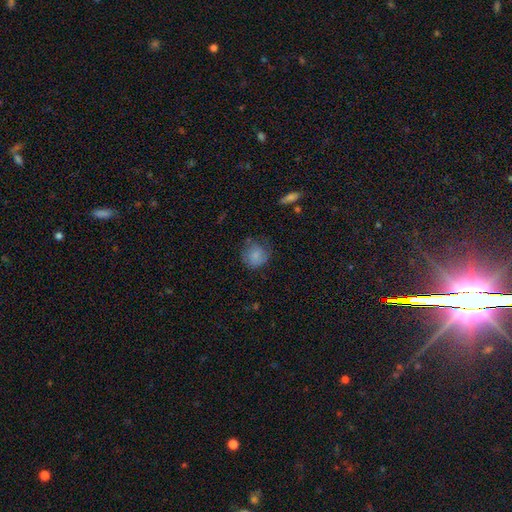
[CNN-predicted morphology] smooth 80%, featured or disk 12%, star or artifact 9%. Down the decision tree: how rounded — round (85%); merging — none (62%).